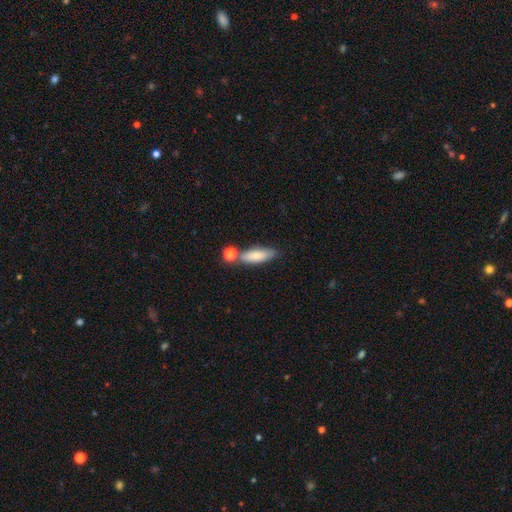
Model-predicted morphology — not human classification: smooth 77%, featured or disk 16%, star or artifact 7%. Down the decision tree: how rounded — in between (50%); merging — none (64%).